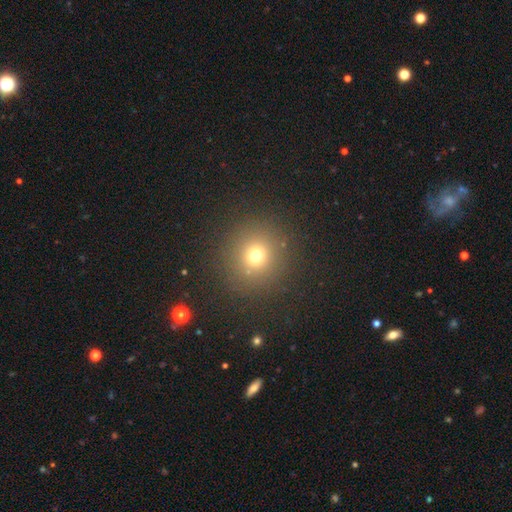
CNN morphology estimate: Smooth or featured? Predicted: smooth (p=0.69). How rounded? Predicted: round (p=0.93). Merging? Predicted: none (p=0.88).